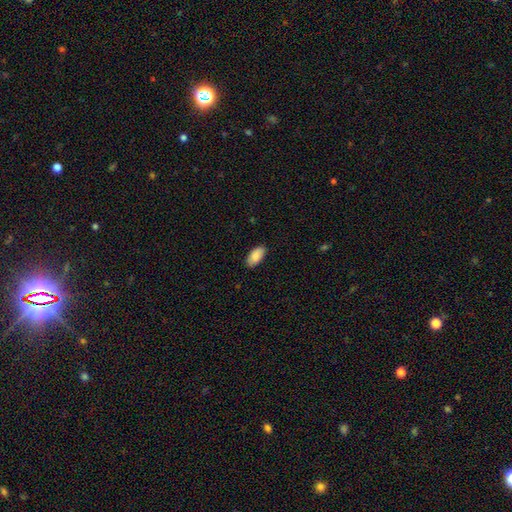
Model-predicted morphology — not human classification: Smooth or featured?
  - smooth: 88% *
  - featured or disk: 6%
  - star or artifact: 6%
How rounded?
  - in between: 93% *
  - cigar-shaped: 5%
  - round: 2%
Merging?
  - none: 87% *
  - minor disturbance: 10%
  - major disturbance: 2%
  - merger: 1%